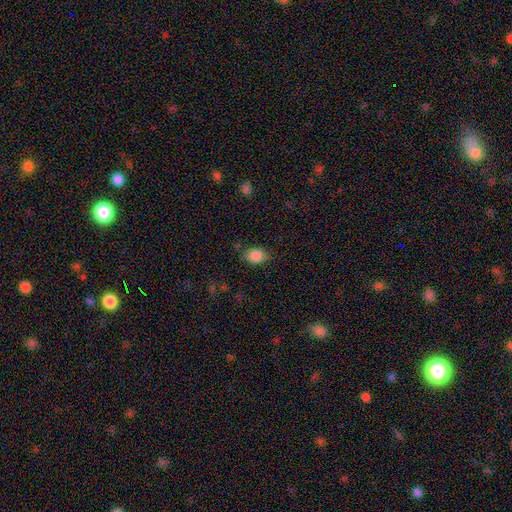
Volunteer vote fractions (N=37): Q: Smooth or featured?
A: smooth (92%); runner-up: featured or disk (5%)
Q: How rounded?
A: in between (82%); runner-up: round (18%)
Q: Merging?
A: none (78%); runner-up: minor disturbance (19%)